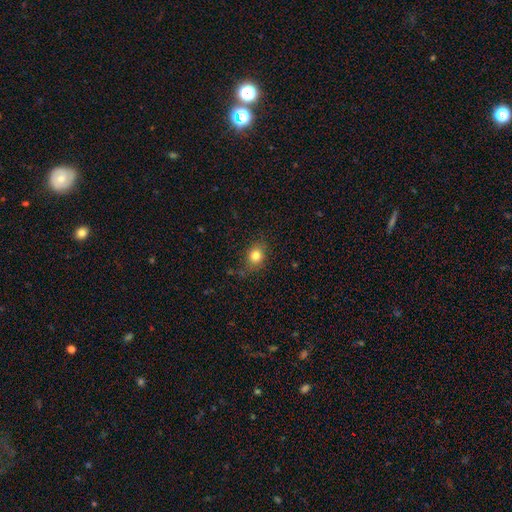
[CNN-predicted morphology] A smooth galaxy with no disk features (81%) that is round (59%). Merging: none (77%).